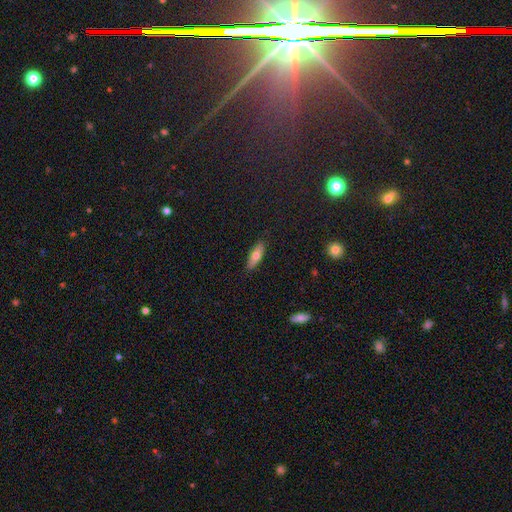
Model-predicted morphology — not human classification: Q: Smooth or featured?
A: smooth (66%); runner-up: featured or disk (27%)
Q: How rounded?
A: in between (51%); runner-up: cigar-shaped (46%)
Q: Merging?
A: none (88%); runner-up: minor disturbance (9%)